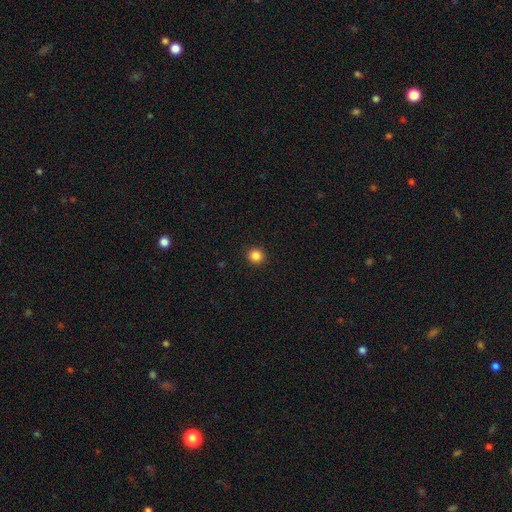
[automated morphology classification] A smooth galaxy with no disk features (86%) that is round (92%).

Vote fractions:
- Smooth or featured? smooth: 86% / star or artifact: 11% / featured or disk: 3%
- How rounded? round: 92% / in between: 7% / cigar-shaped: 1%
- Merging? none: 93% / minor disturbance: 5% / major disturbance: 2% / merger: 1%